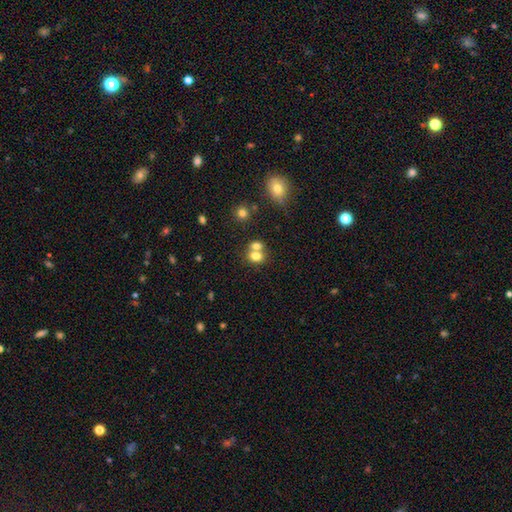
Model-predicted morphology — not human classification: type=smooth (74%); roundness=round (53%); merging=merger (52%).